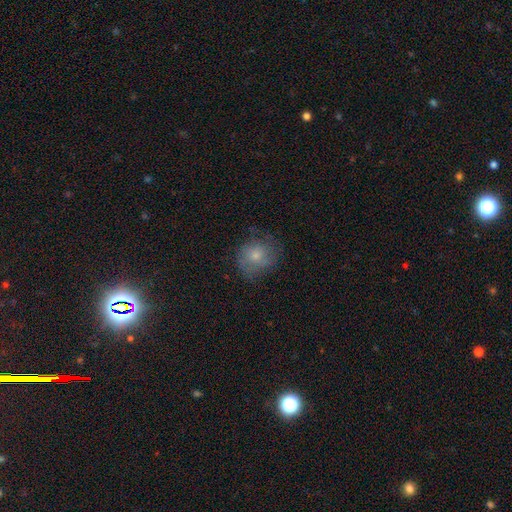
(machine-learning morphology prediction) smooth-or-featured: smooth: 65% | featured or disk: 26% | star or artifact: 9%
  how-rounded: round: 75% | in between: 24% | cigar-shaped: 1%
  merging: none: 62% | minor disturbance: 24% | major disturbance: 13% | merger: 1%